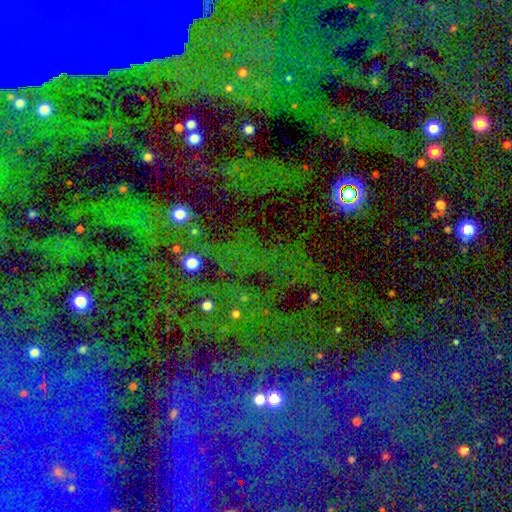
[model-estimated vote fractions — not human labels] The model was most divided on "smooth or featured": star or artifact: 72%, smooth: 17%, featured or disk: 11%.